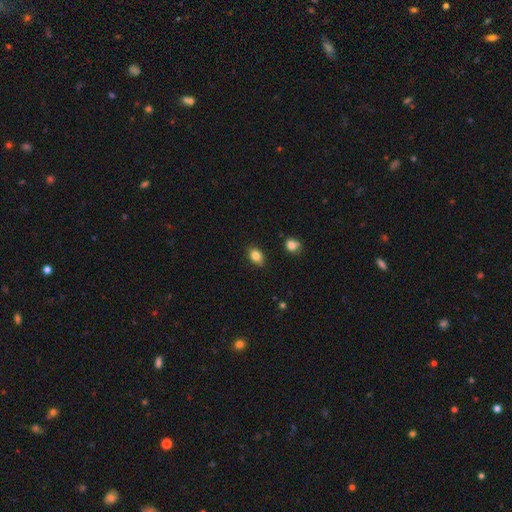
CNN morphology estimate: Q: Smooth or featured?
A: smooth (84%); runner-up: star or artifact (10%)
Q: How rounded?
A: in between (77%); runner-up: round (22%)
Q: Merging?
A: none (84%); runner-up: minor disturbance (12%)